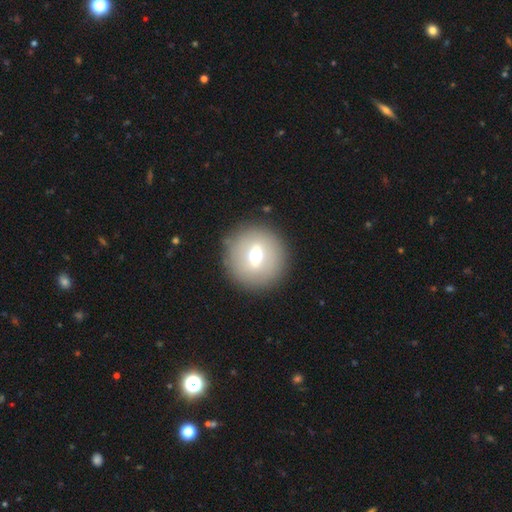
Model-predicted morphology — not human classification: A smooth galaxy with no disk features (53%) that is round (92%). Merging: none (87%).